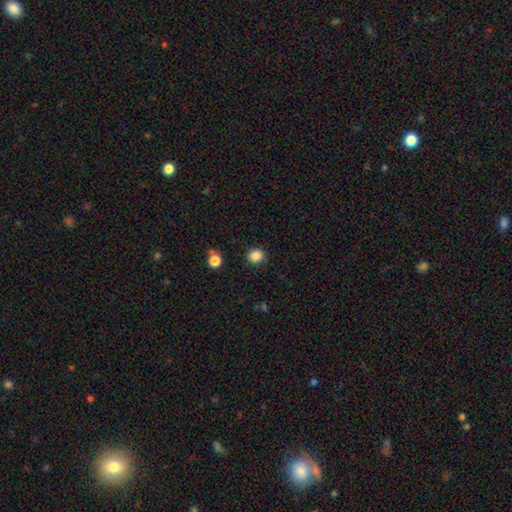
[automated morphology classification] Smooth or featured? smooth (86%)
How rounded? round (82%)
Merging? none (89%)